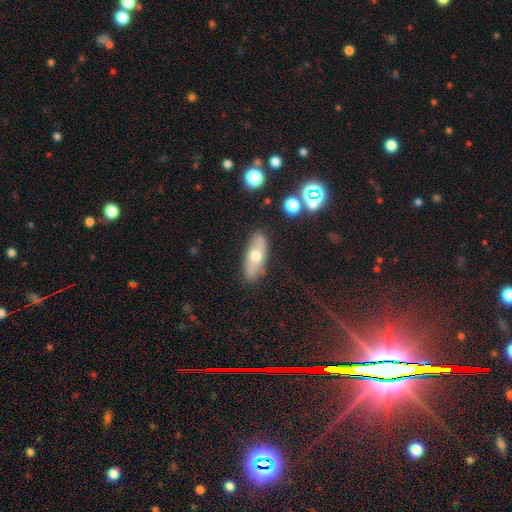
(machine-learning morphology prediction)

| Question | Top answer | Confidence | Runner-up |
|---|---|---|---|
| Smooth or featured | smooth | 55% | featured or disk (37%) |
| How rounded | in between | 72% | cigar-shaped (24%) |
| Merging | none | 84% | minor disturbance (12%) |